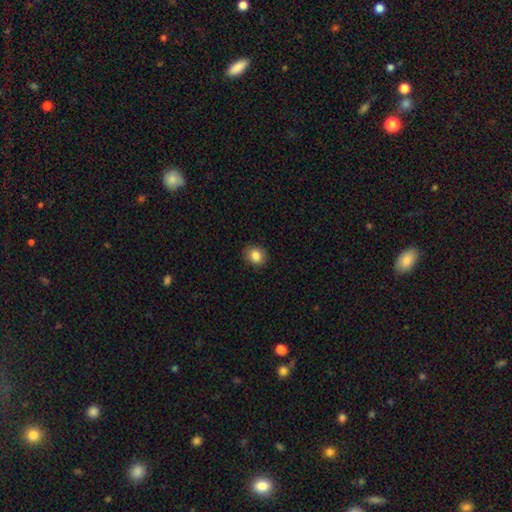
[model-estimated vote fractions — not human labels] Smooth or featured?
  - smooth: 85% *
  - star or artifact: 9%
  - featured or disk: 5%
How rounded?
  - round: 67% *
  - in between: 32%
  - cigar-shaped: 1%
Merging?
  - none: 89% *
  - minor disturbance: 8%
  - major disturbance: 2%
  - merger: 1%